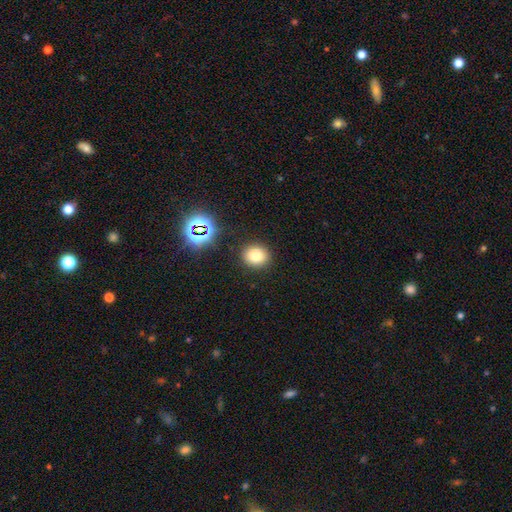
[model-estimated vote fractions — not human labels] Smooth or featured? smooth (75%)
How rounded? round (72%)
Merging? none (88%)